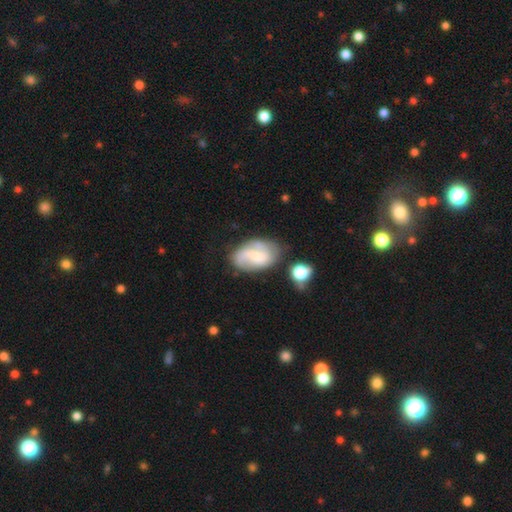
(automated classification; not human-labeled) Smooth or featured: featured or disk — 56% (smooth — 36%)
Edge-on disk: no — 96% (yes — 4%)
Bar: no — 44% (weak — 43%)
Spiral arms: yes — 82% (no — 18%)
Bulge size: small — 38% (none — 29%)
Merging: none — 54% (minor disturbance — 25%)